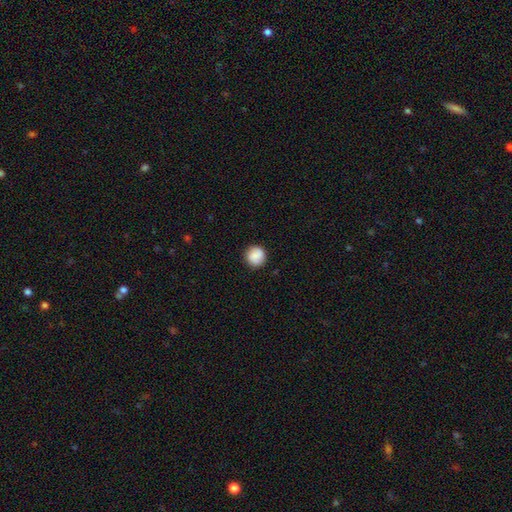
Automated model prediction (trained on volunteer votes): A smooth galaxy with no disk features (88%) that is round (94%). Merging: none (90%).